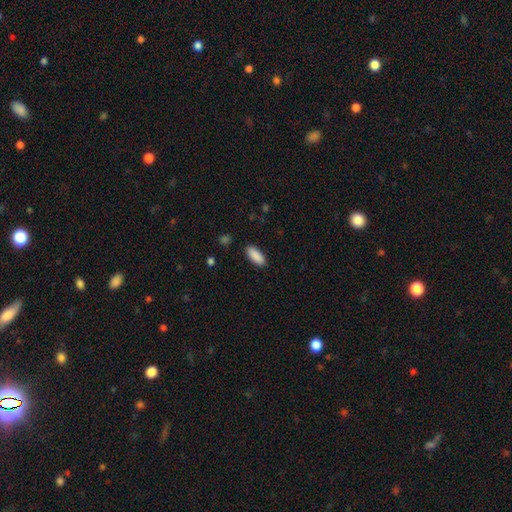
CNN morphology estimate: Overall: smooth (90%). How rounded: in between (78%). Merging: none (88%).